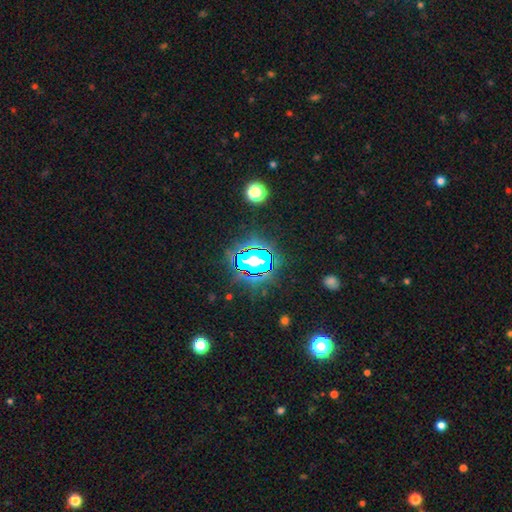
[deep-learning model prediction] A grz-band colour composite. It shows a star or artifact, not a galaxy (76%).